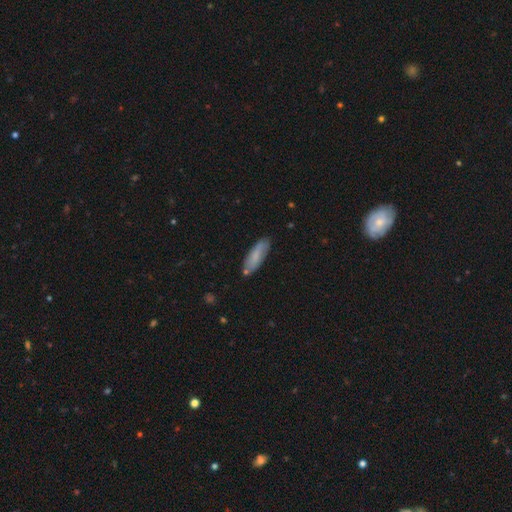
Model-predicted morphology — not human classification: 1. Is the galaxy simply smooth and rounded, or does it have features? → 75% smooth, 19% featured or disk, 6% star or artifact.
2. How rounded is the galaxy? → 51% in between, 48% cigar-shaped, 2% round.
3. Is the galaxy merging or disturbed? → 76% none, 17% minor disturbance, 4% merger, 3% major disturbance.